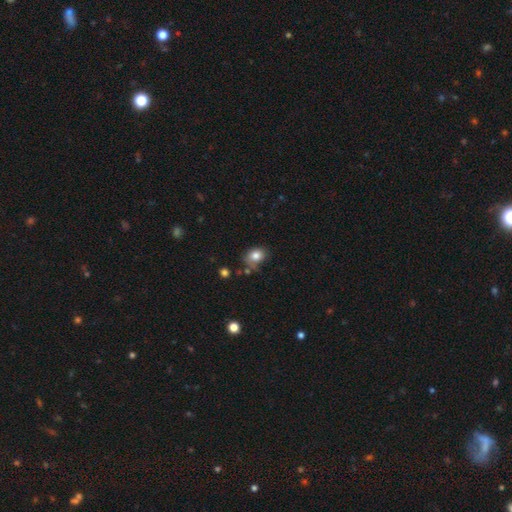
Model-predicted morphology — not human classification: Smooth or featured: smooth — 82% (star or artifact — 10%)
How rounded: in between — 55% (round — 44%)
Merging: none — 62% (minor disturbance — 24%)